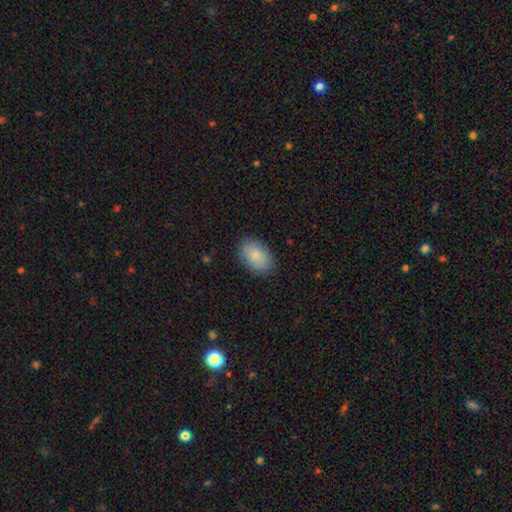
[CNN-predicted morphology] Smooth or featured? smooth (86%)
How rounded? in between (91%)
Merging? none (86%)